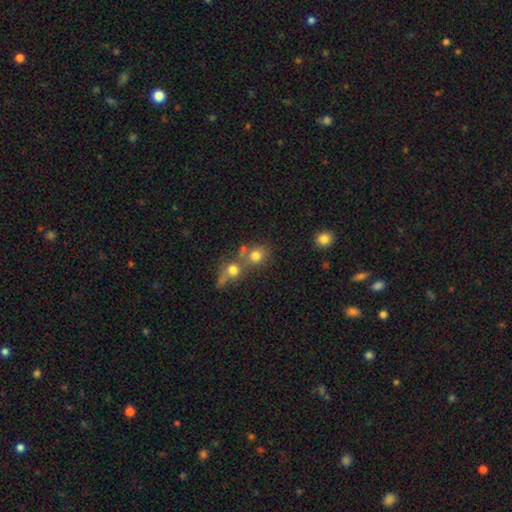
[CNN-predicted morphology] Overall: smooth (72%). How rounded: round (80%). Merging: merger (43%, tied with none).